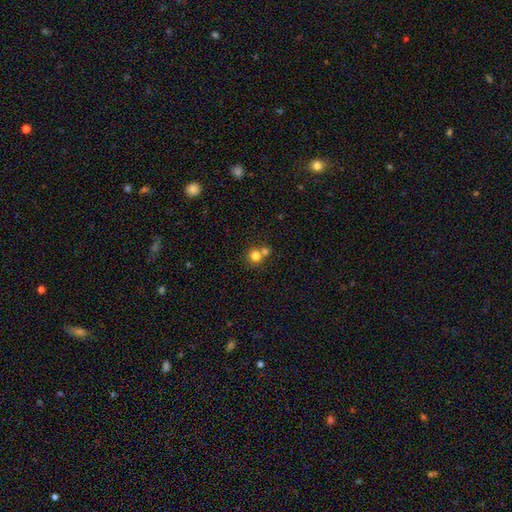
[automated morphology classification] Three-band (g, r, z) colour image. It shows a smooth galaxy with no disk features (79%) that is round (86%). Merging: none (49%).